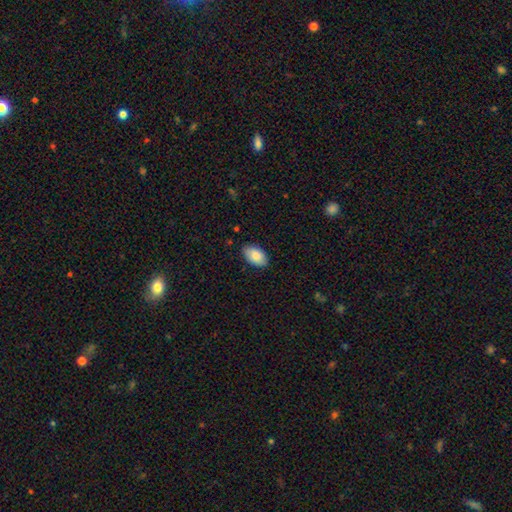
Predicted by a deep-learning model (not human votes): A smooth galaxy with no disk features (87%) that is in between round and cigar-shaped (94%). Merging: none (86%).